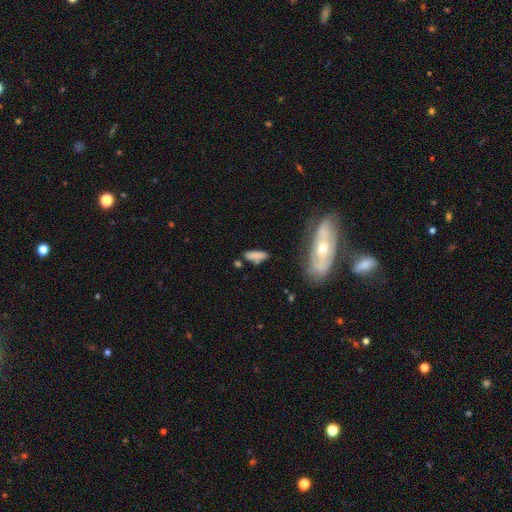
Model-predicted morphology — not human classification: This is likely a smooth galaxy (72%). How rounded: possibly in between (56%). Merging: likely none (62%).